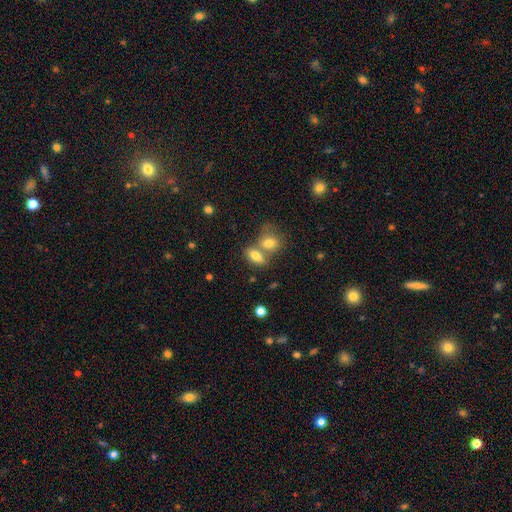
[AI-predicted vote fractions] Smooth or featured? Predicted: smooth (p=0.78). How rounded? Predicted: in between (p=0.83). Merging? Predicted: merger (p=0.50).